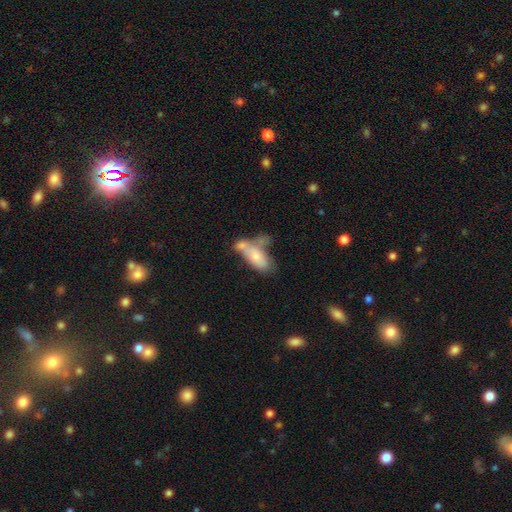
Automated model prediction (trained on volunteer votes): smooth_or_featured: smooth (p=0.66) [alt: featured or disk p=0.27]
how_rounded: in between (p=0.82) [alt: cigar-shaped p=0.14]
merging: merger (p=0.53) [alt: none p=0.23]